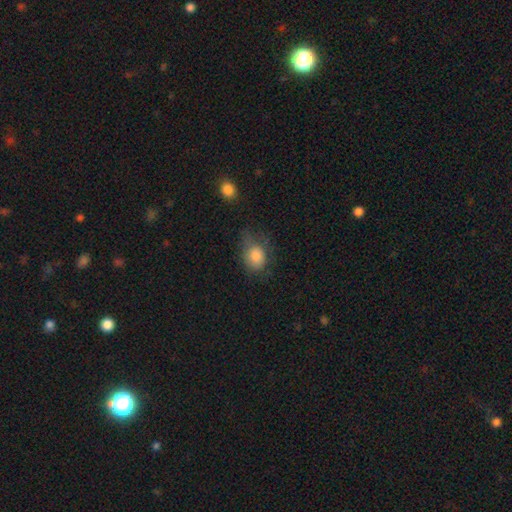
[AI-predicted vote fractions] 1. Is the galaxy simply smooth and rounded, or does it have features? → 81% smooth, 11% featured or disk, 8% star or artifact.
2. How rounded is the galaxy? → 56% in between, 43% round, 1% cigar-shaped.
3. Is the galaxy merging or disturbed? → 43% none, 33% minor disturbance, 22% major disturbance, 2% merger.